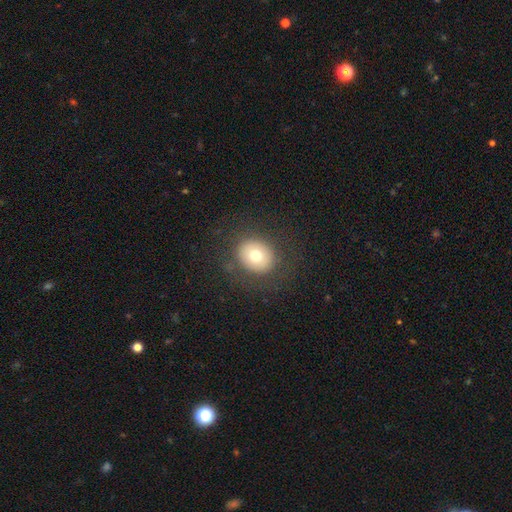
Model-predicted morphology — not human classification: This is likely a smooth galaxy (72%). How rounded: likely round (70%). Merging: clearly none (83%).